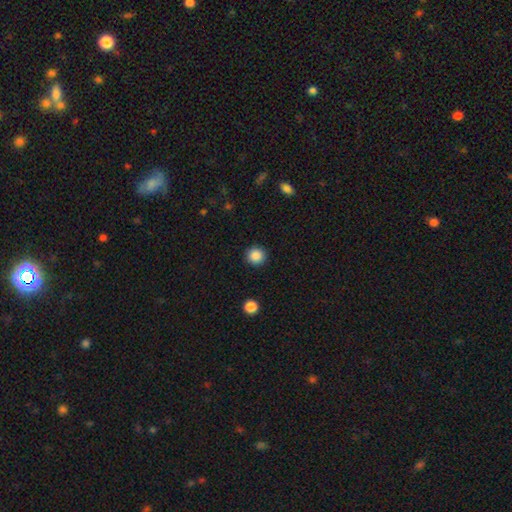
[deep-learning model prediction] This appears to be a smooth galaxy with no disk features (87%) that is round (94%). Merging: none (92%).